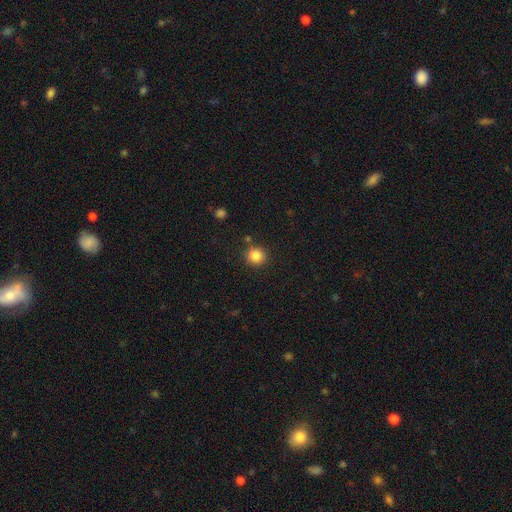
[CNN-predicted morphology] smooth 84%, star or artifact 11%, featured or disk 5%. Down the decision tree: how rounded — round (93%); merging — none (85%).